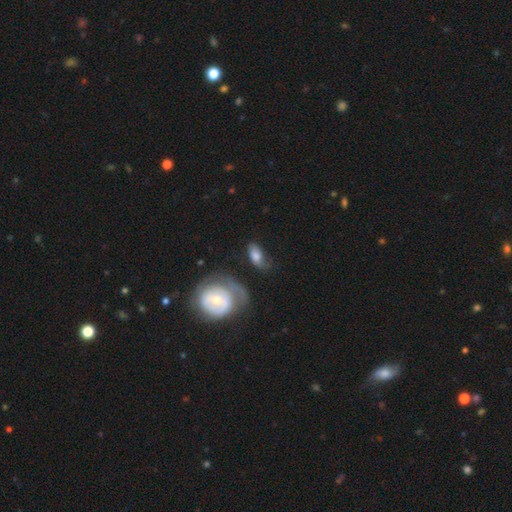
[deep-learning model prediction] smooth 62%, featured or disk 30%, star or artifact 8%. Down the decision tree: how rounded — in between (87%); merging — none (47%).